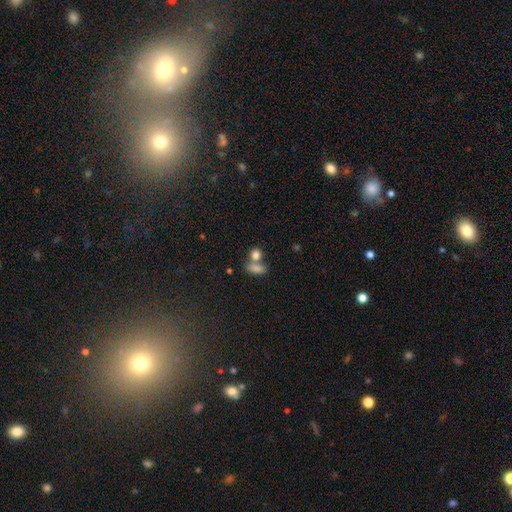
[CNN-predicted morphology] The model was most divided on "merging": merger: 44%, none: 43%, minor disturbance: 9%, major disturbance: 4%. More confident: smooth or featured — smooth (81%); how rounded — in between (51%).